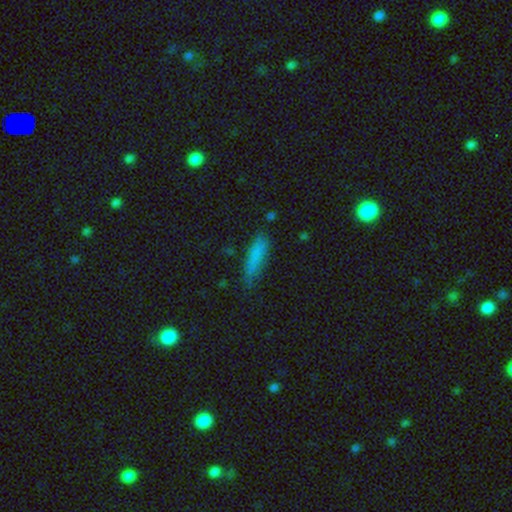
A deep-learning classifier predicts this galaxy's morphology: This is clearly a smooth galaxy (80%). How rounded: likely cigar-shaped (77%). Merging: likely none (70%).